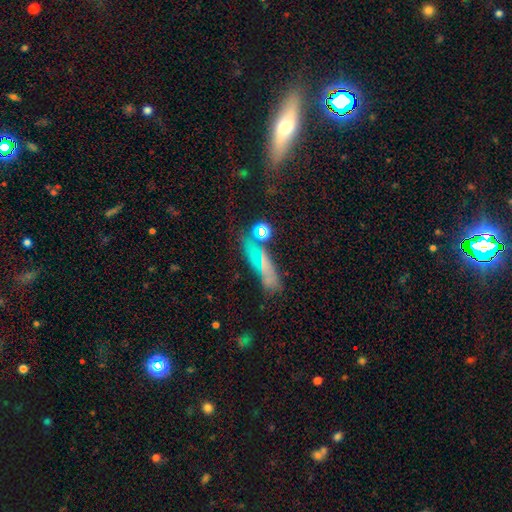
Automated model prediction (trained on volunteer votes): A featured or disk galaxy (40%). Merging: none (60%).